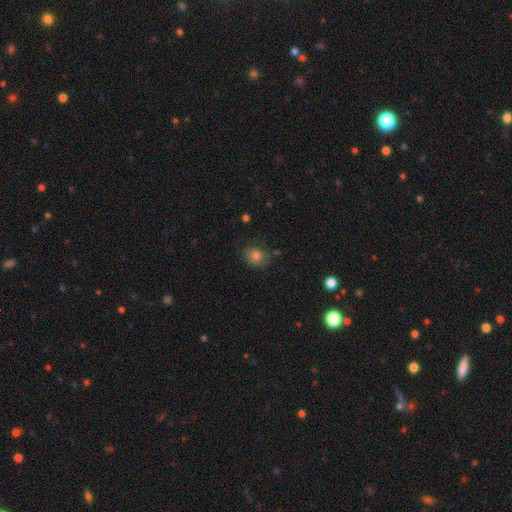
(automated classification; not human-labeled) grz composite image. It shows a smooth galaxy with no disk features (76%) that is round (68%). Merging: none (73%).